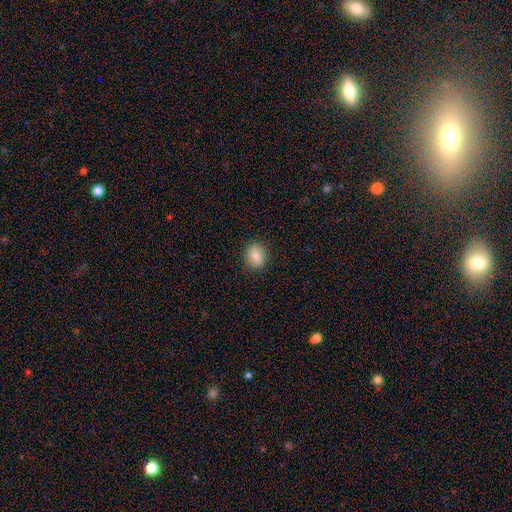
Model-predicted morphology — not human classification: A smooth galaxy with no disk features (83%) that is round (51%). Merging: none (89%).